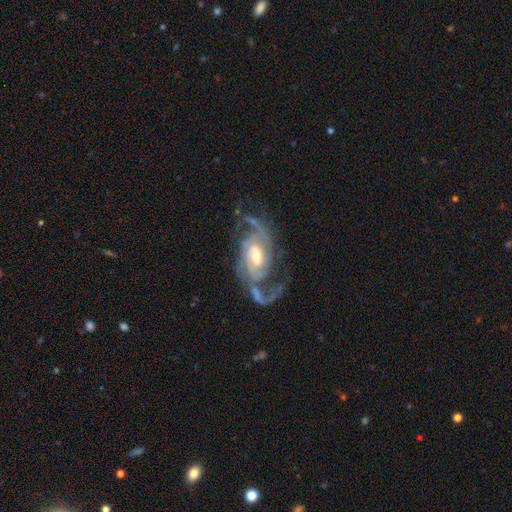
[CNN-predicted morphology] Smooth or featured?
  - featured or disk: 90% *
  - star or artifact: 5%
  - smooth: 5%
Edge-on disk?
  - no: 96% *
  - yes: 4%
Bar?
  - weak: 46% *
  - no: 36%
  - strong: 18%
Spiral arms?
  - yes: 97% *
  - no: 3%
Spiral winding?
  - medium: 48% *
  - tight: 27%
  - loose: 25%
Spiral arm count?
  - 2: 57% *
  - 3: 17%
  - can't tell: 11%
  - 4: 5%
  - 1: 5%
  - more than 4: 4%
Bulge size?
  - moderate: 59% *
  - small: 28%
  - large: 10%
  - none: 2%
  - dominant: 1%
Merging?
  - none: 58% *
  - major disturbance: 20%
  - minor disturbance: 16%
  - merger: 5%